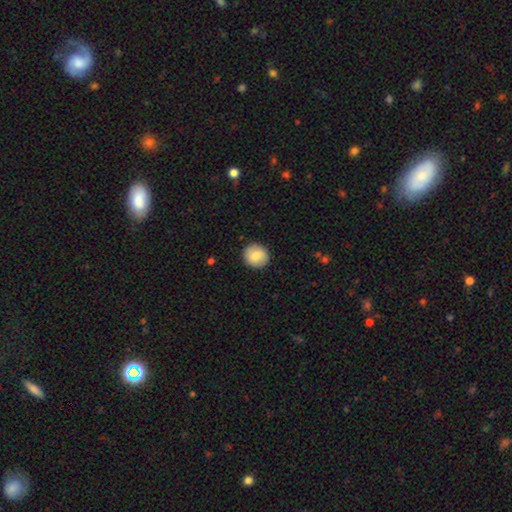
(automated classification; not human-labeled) smooth_or_featured: smooth (p=0.79) [alt: featured or disk p=0.15]
how_rounded: round (p=0.90) [alt: in between p=0.09]
merging: none (p=0.90) [alt: minor disturbance p=0.07]